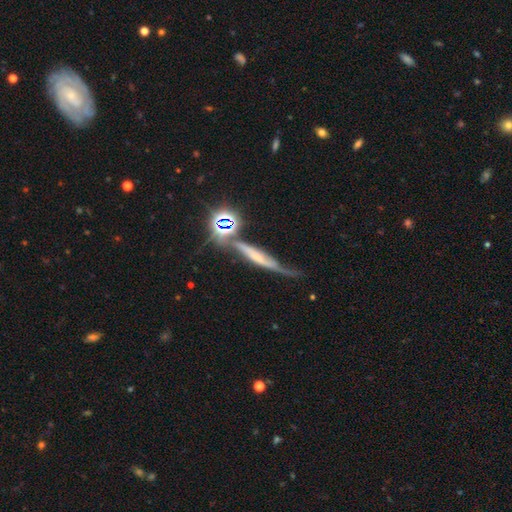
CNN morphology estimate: featured or disk 57%, smooth 25%, star or artifact 18%. Down the decision tree: edge-on disk — yes (69%); merging — none (45%).